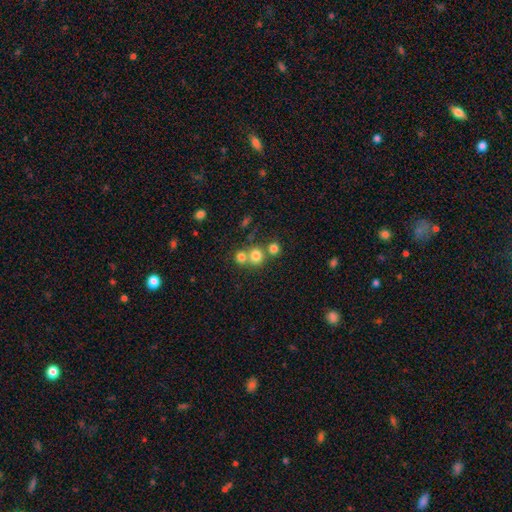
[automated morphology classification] Q: Smooth or featured?
A: smooth (75%); runner-up: star or artifact (15%)
Q: How rounded?
A: round (88%); runner-up: in between (11%)
Q: Merging?
A: none (51%); runner-up: merger (39%)